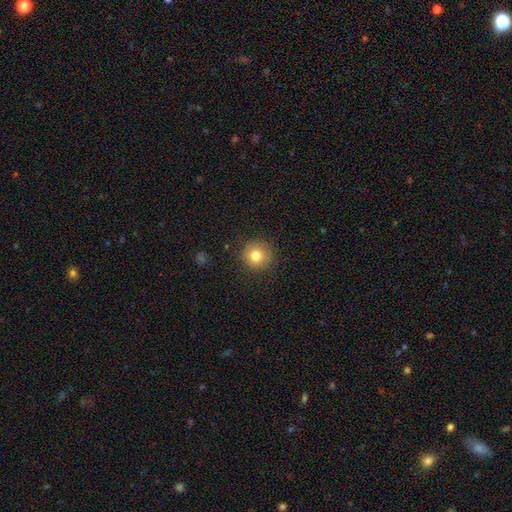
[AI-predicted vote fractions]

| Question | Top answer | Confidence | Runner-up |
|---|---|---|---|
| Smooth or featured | smooth | 80% | star or artifact (11%) |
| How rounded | round | 94% | in between (5%) |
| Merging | none | 87% | minor disturbance (9%) |